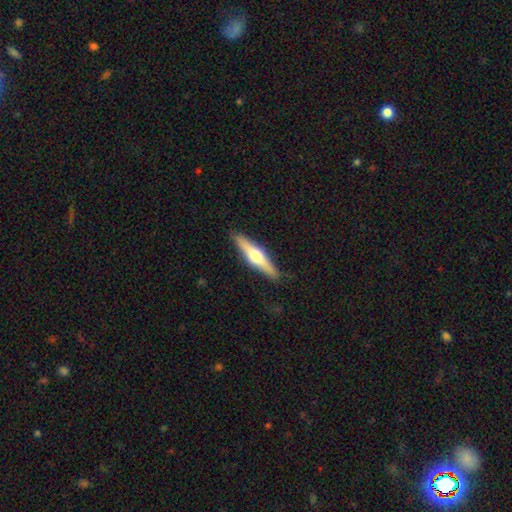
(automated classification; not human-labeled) smooth-or-featured: featured or disk: 58% | smooth: 37% | star or artifact: 5%
  disk-edge-on: yes: 96% | no: 4%
    edge-on-bulge: rounded: 93% | boxy: 4% | none: 3%
  merging: none: 89% | minor disturbance: 8% | major disturbance: 2% | merger: 1%